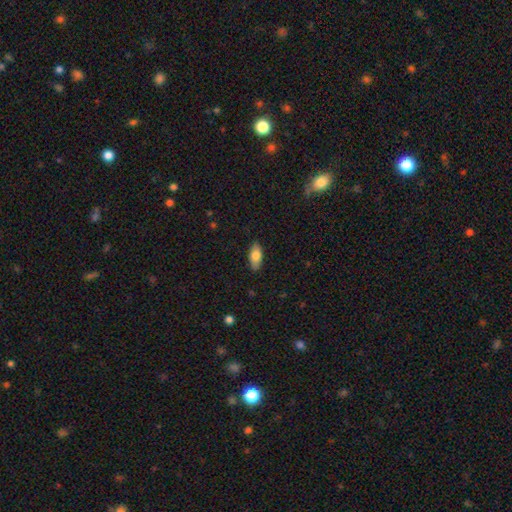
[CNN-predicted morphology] smooth 77%, featured or disk 16%, star or artifact 6%. Down the decision tree: how rounded — in between (86%); merging — none (87%).